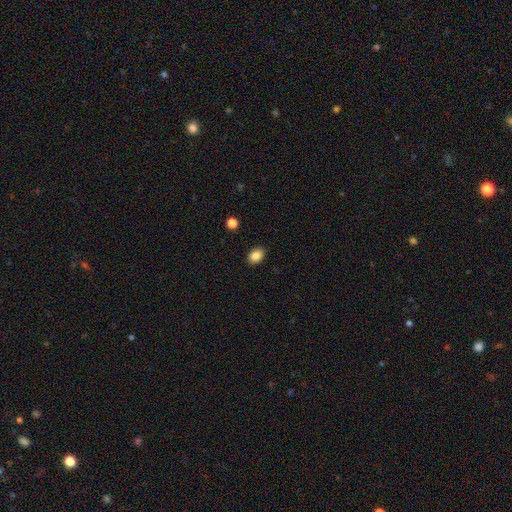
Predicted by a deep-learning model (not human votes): The model was most divided on "how rounded": in between: 75%, round: 24%, cigar-shaped: 1%. More confident: merging — none (89%); smooth or featured — smooth (87%).